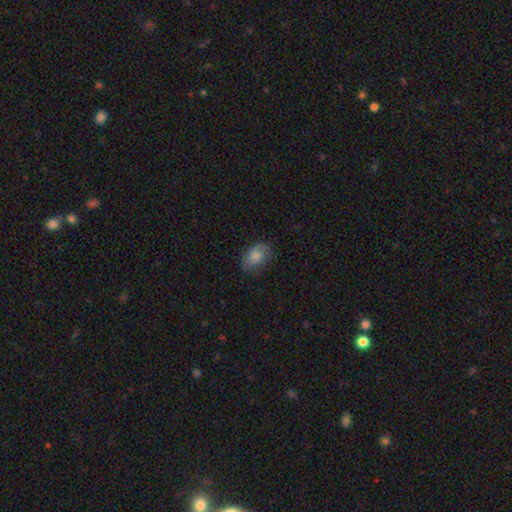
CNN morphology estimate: A smooth galaxy with no disk features (73%) that is in between round and cigar-shaped (85%).

Vote fractions:
- Smooth or featured? smooth: 73% / featured or disk: 19% / star or artifact: 8%
- How rounded? in between: 85% / round: 13% / cigar-shaped: 2%
- Merging? none: 70% / minor disturbance: 22% / major disturbance: 6% / merger: 1%